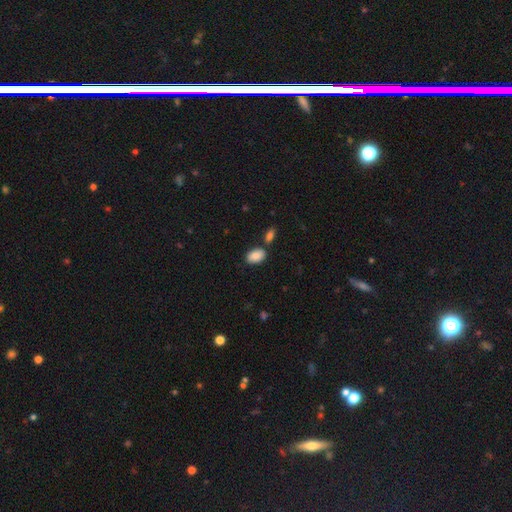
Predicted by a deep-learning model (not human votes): A smooth galaxy with no disk features (88%) that is in between round and cigar-shaped (92%). Merging: none (71%).